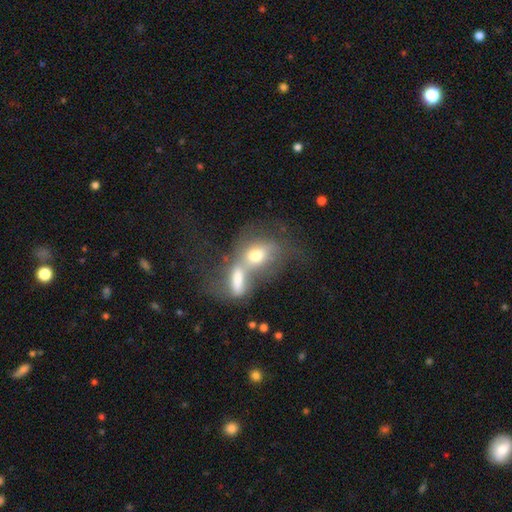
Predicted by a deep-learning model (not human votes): star or artifact 45%, smooth 34%, featured or disk 22%.